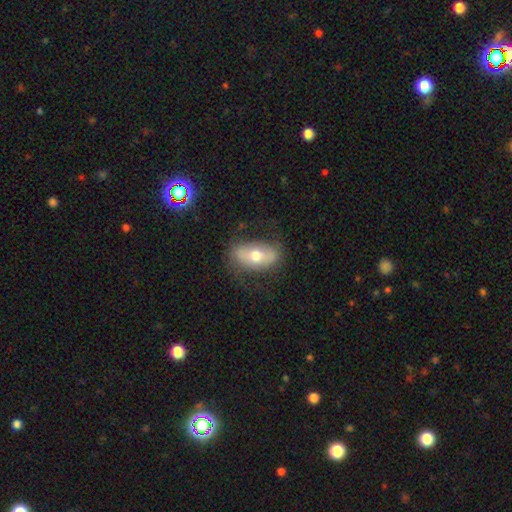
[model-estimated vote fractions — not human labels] smooth 52%, featured or disk 40%, star or artifact 8%. Down the decision tree: how rounded — in between (88%); merging — none (74%).